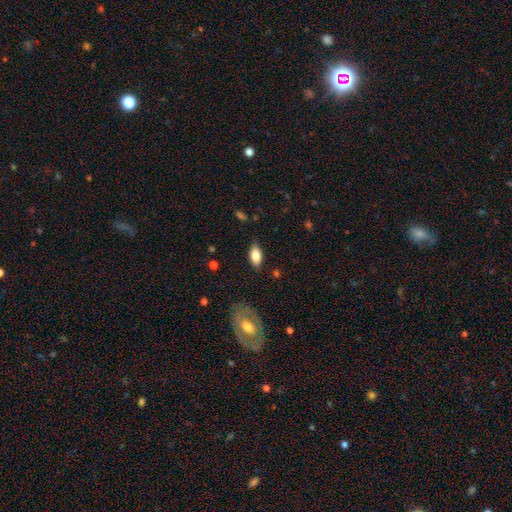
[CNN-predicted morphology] smooth-or-featured: smooth: 79% | featured or disk: 14% | star or artifact: 7%
  how-rounded: in between: 89% | cigar-shaped: 8% | round: 4%
  merging: none: 84% | minor disturbance: 12% | major disturbance: 3% | merger: 1%